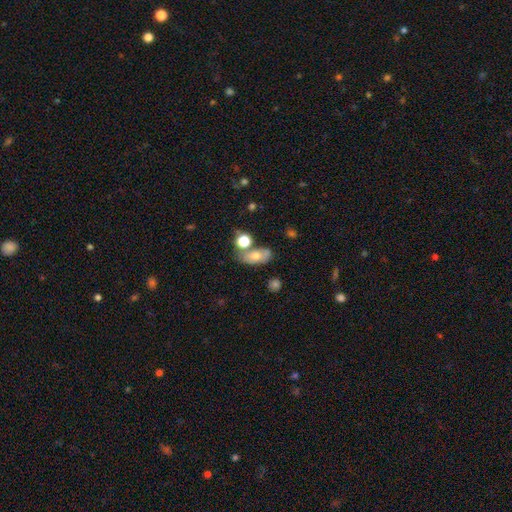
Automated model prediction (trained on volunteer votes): This is likely a smooth galaxy (66%). How rounded: clearly in between (80%). Merging: possibly none (55%).